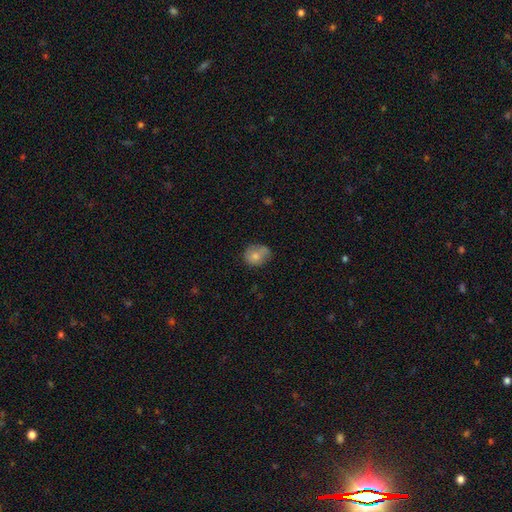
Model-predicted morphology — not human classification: A smooth galaxy with no disk features (74%) that is round (59%).

Vote fractions:
- Smooth or featured? smooth: 74% / featured or disk: 17% / star or artifact: 9%
- How rounded? round: 59% / in between: 40% / cigar-shaped: 1%
- Merging? none: 52% / minor disturbance: 33% / major disturbance: 10% / merger: 5%